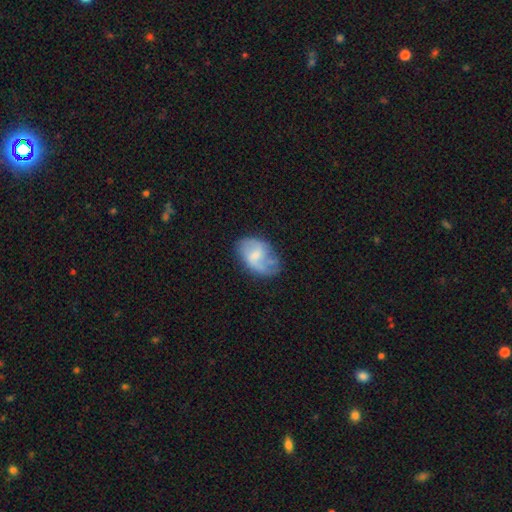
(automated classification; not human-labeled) smooth-or-featured: featured or disk: 59% | smooth: 35% | star or artifact: 7%
  disk-edge-on: no: 97% | yes: 3%
    bar: weak: 55% | no: 33% | strong: 13%
    has-spiral-arms: yes: 82% | no: 18%
    bulge-size: small: 42% | moderate: 34% | none: 18% | large: 4% | dominant: 1%
  merging: none: 54% | minor disturbance: 28% | major disturbance: 15% | merger: 3%